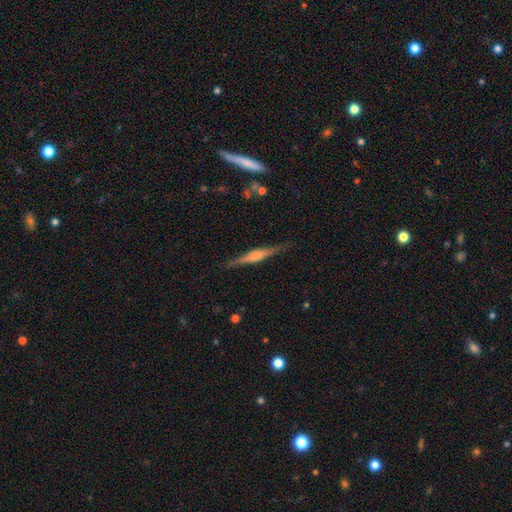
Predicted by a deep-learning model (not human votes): smooth_or_featured: featured or disk (p=0.69) [alt: smooth p=0.25]
disk_edge_on: yes (p=0.98) [alt: no p=0.02]
edge_on_bulge: rounded (p=0.52) [alt: boxy p=0.36]
merging: none (p=0.88) [alt: minor disturbance p=0.09]